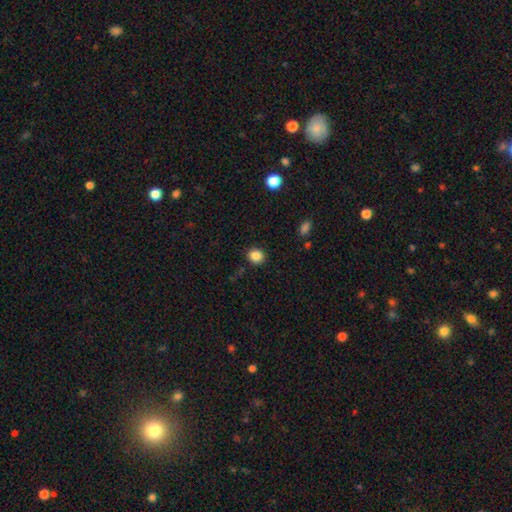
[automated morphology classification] A smooth galaxy with no disk features (85%) that is round (85%).

Vote fractions:
- Smooth or featured? smooth: 85% / star or artifact: 11% / featured or disk: 4%
- How rounded? round: 85% / in between: 14% / cigar-shaped: 1%
- Merging? none: 90% / minor disturbance: 7% / major disturbance: 2% / merger: 2%